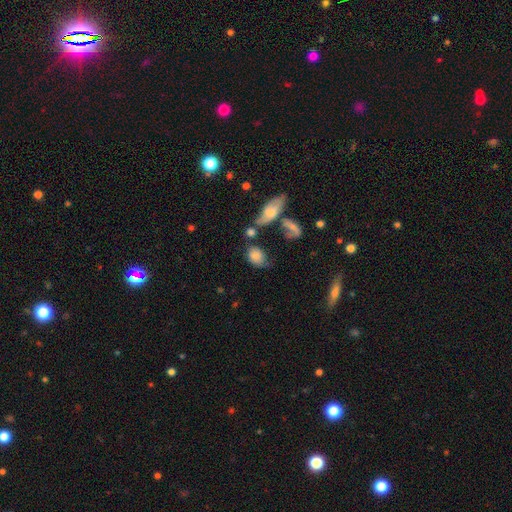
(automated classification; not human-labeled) A smooth galaxy with no disk features (75%) that is in between round and cigar-shaped (71%). Merging: none (41%).